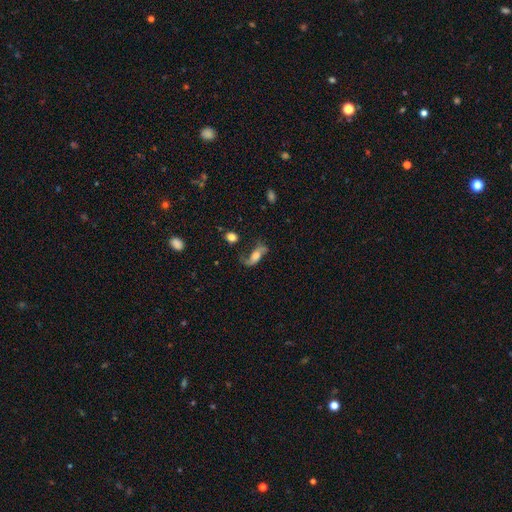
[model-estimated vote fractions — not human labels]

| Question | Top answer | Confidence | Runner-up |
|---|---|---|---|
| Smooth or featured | featured or disk | 66% | smooth (26%) |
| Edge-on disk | no | 87% | yes (13%) |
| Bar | no | 57% | weak (29%) |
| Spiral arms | yes | 88% | no (12%) |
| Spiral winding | loose | 77% | medium (18%) |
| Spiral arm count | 2 | 84% | 1 (9%) |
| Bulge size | moderate | 48% | large (22%) |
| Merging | none | 53% | minor disturbance (22%) |